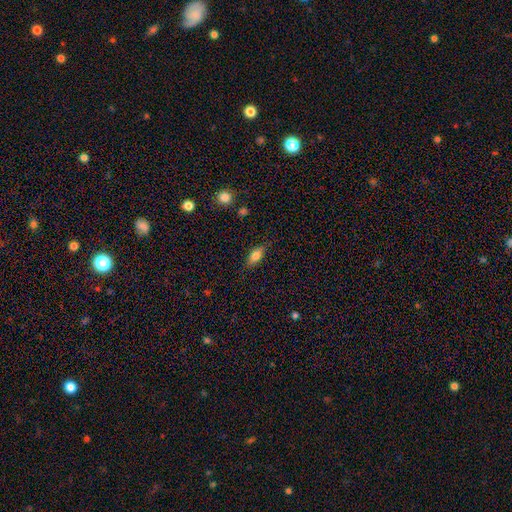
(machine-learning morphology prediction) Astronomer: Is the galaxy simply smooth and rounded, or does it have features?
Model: smooth — 76%.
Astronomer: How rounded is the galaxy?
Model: in between — 80%.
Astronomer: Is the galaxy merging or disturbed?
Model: none — 80%.